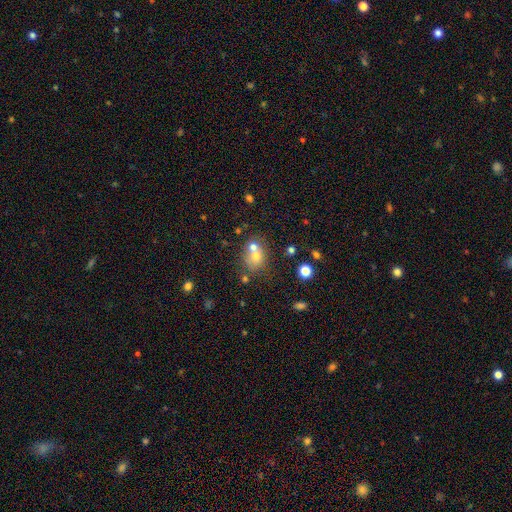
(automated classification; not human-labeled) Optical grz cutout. It shows a smooth galaxy with no disk features (64%) that is round (65%). Merging: merger (53%).